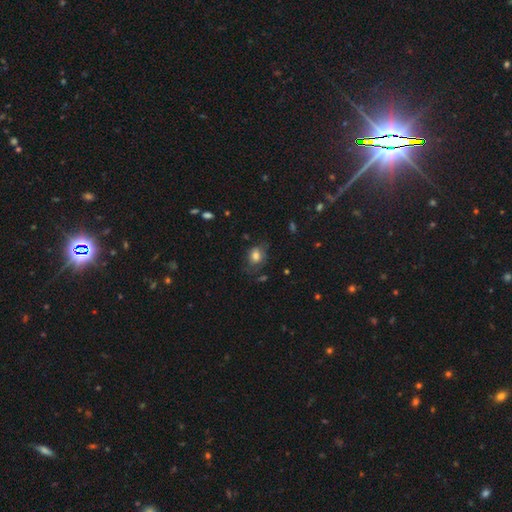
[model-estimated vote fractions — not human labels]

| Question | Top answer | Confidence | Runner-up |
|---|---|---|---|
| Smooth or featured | smooth | 74% | featured or disk (15%) |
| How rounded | in between | 62% | round (36%) |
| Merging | none | 56% | minor disturbance (27%) |